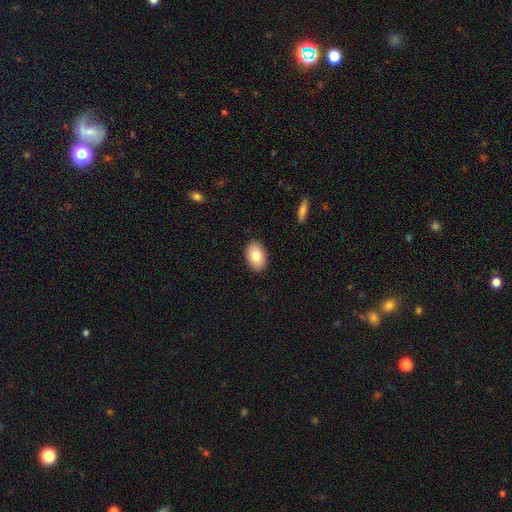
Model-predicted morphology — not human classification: This appears to be a smooth galaxy with no disk features (82%) that is in between round and cigar-shaped (89%). Merging: none (90%).